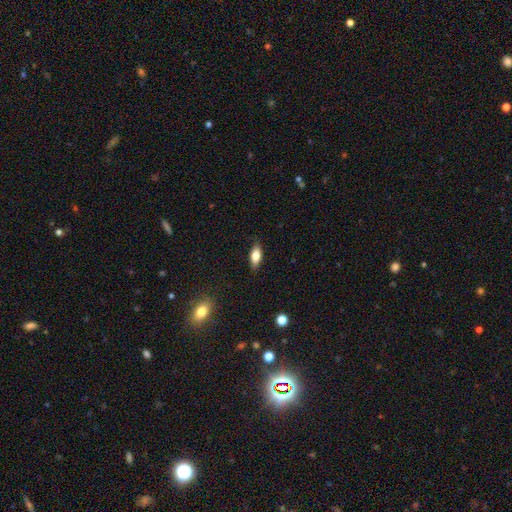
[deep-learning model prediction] smooth_or_featured: smooth (p=0.76) [alt: featured or disk p=0.16]
how_rounded: in between (p=0.81) [alt: cigar-shaped p=0.16]
merging: none (p=0.84) [alt: minor disturbance p=0.13]